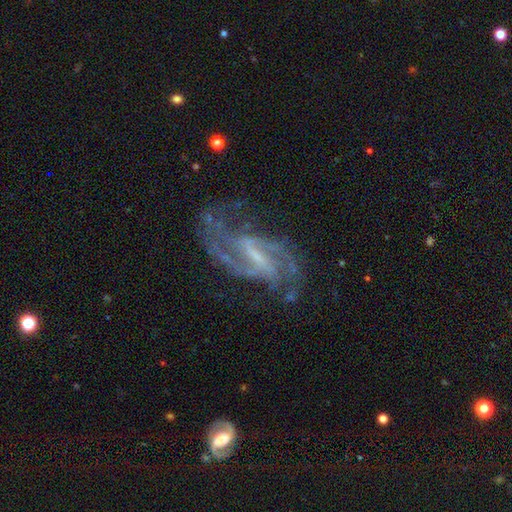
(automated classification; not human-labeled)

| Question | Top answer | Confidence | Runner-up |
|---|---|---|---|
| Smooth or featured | featured or disk | 89% | star or artifact (7%) |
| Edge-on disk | no | 95% | yes (5%) |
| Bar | weak | 45% | strong (42%) |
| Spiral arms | yes | 96% | no (4%) |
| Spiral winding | medium | 53% | loose (24%) |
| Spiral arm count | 2 | 64% | 3 (13%) |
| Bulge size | small | 52% | none (25%) |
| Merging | none | 65% | minor disturbance (18%) |